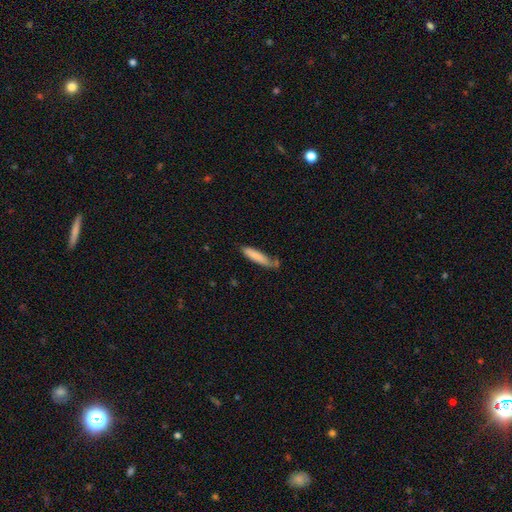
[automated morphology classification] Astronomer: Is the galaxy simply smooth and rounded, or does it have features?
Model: smooth — 81%.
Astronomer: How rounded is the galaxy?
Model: cigar-shaped — 82%.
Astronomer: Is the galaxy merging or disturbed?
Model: none — 62%.